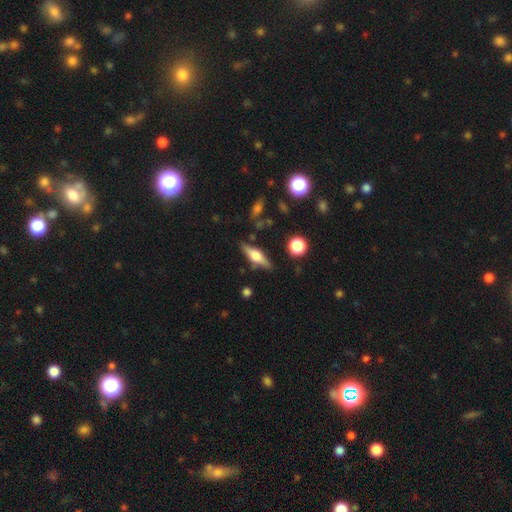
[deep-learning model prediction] The model was most divided on "smooth or featured": featured or disk: 60%, smooth: 32%, star or artifact: 7%. More confident: edge-on disk — yes (94%); edge-on bulge — rounded (89%); merging — none (82%).